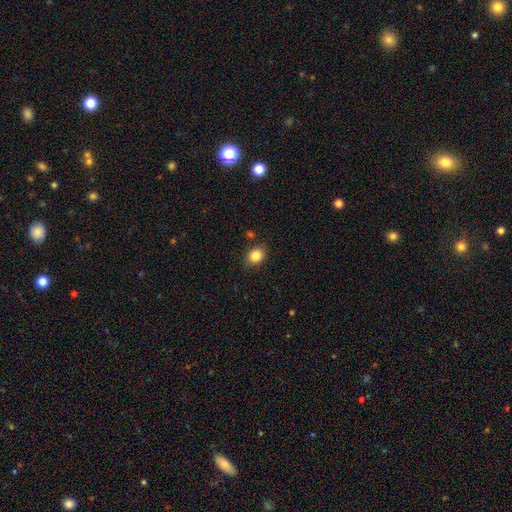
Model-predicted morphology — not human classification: A smooth galaxy with no disk features (85%) that is in between round and cigar-shaped (57%). Merging: none (80%).